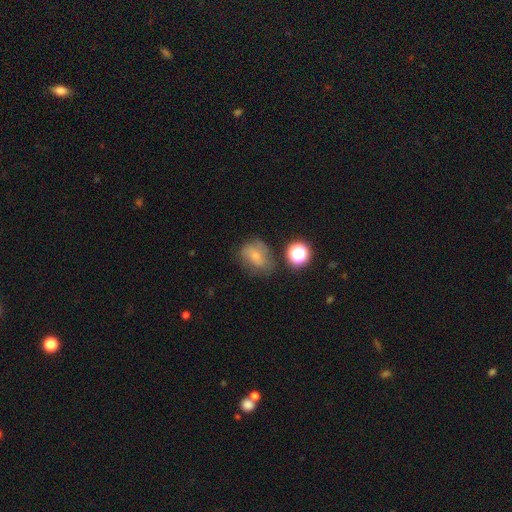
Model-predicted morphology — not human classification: Overall: smooth (58%; featured or disk 27%). How rounded: in between (58%; round 41%). Merging: none (51%; minor disturbance 28%).